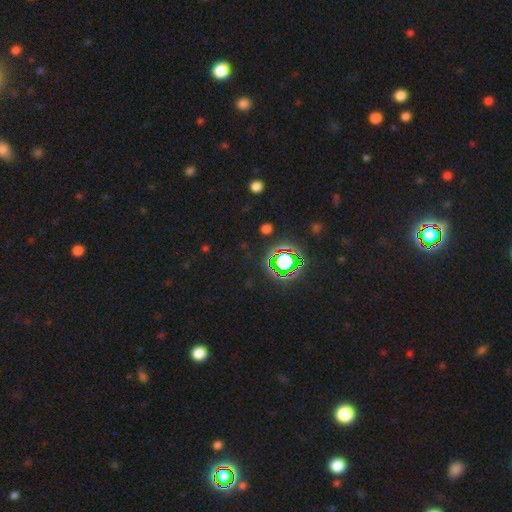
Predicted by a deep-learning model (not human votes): Smooth or featured? Predicted: star or artifact (p=0.78).